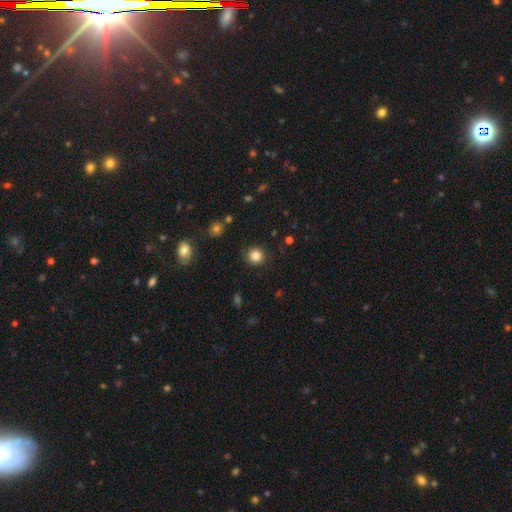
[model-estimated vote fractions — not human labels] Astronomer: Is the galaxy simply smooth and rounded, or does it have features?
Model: smooth — 84%.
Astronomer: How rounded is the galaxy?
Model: round — 91%.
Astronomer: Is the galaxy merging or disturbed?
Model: none — 89%.